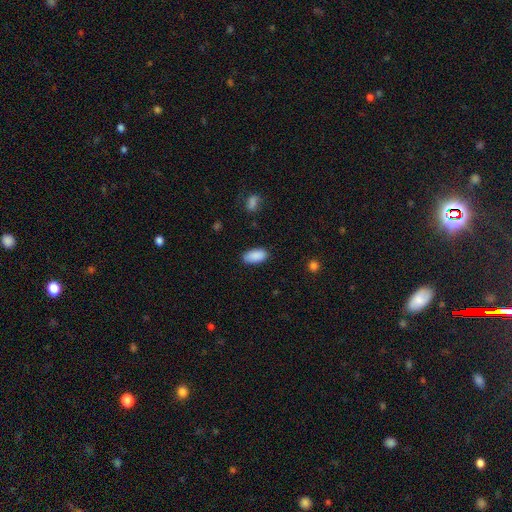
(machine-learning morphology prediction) smooth-or-featured: smooth: 90% | star or artifact: 7% | featured or disk: 4%
  how-rounded: in between: 94% | cigar-shaped: 4% | round: 2%
  merging: none: 86% | minor disturbance: 11% | major disturbance: 3% | merger: 1%